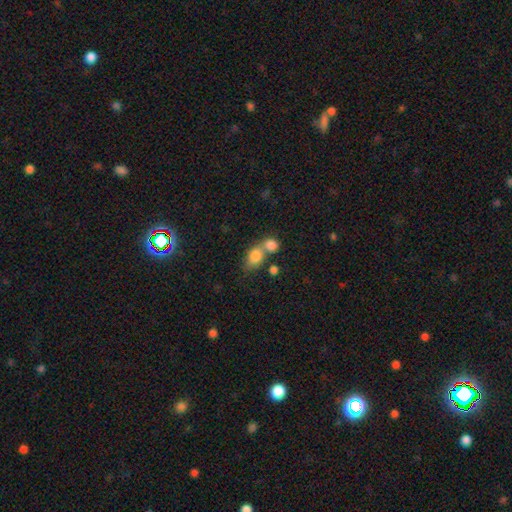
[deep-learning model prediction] This is clearly a smooth galaxy (82%). How rounded: likely in between (68%). Merging: possibly merger (56%).